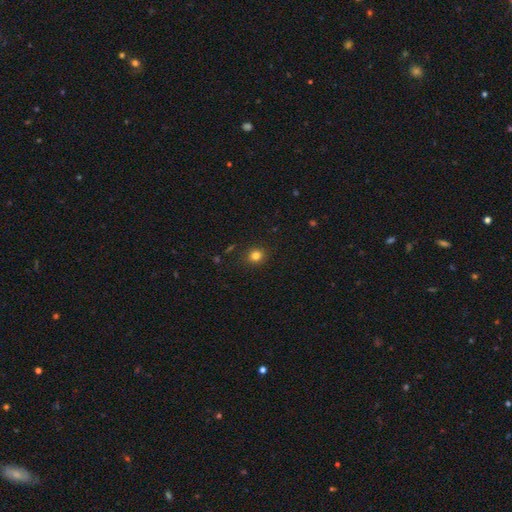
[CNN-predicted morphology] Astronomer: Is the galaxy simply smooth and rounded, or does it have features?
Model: smooth — 81%.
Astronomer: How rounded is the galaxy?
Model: round — 80%.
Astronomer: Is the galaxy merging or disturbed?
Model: none — 89%.